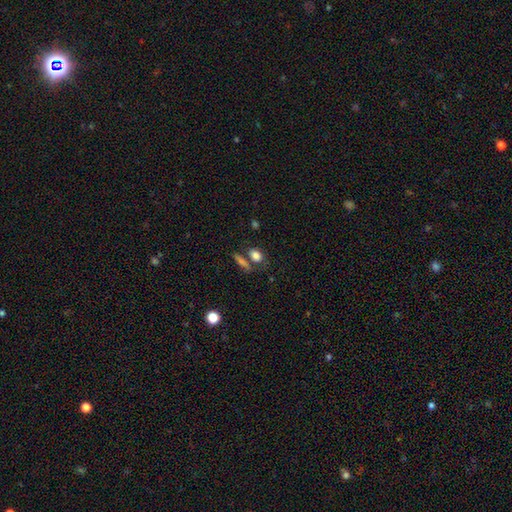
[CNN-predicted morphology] Smooth or featured: smooth — 81% (star or artifact — 10%)
How rounded: in between — 72% (round — 21%)
Merging: none — 58% (merger — 22%)